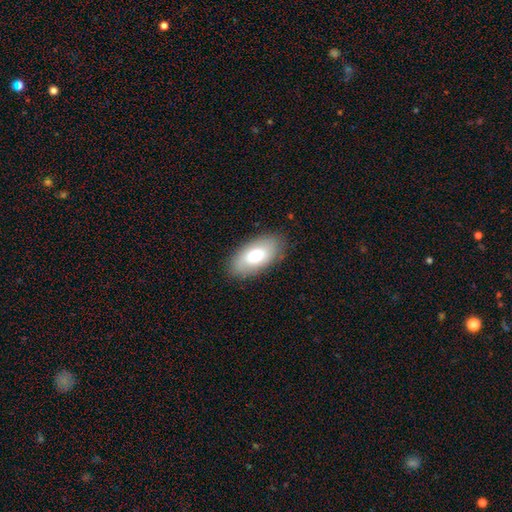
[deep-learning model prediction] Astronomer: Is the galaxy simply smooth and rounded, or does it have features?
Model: smooth — 70%.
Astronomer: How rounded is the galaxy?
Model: in between — 94%.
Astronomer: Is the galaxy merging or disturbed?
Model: none — 85%.